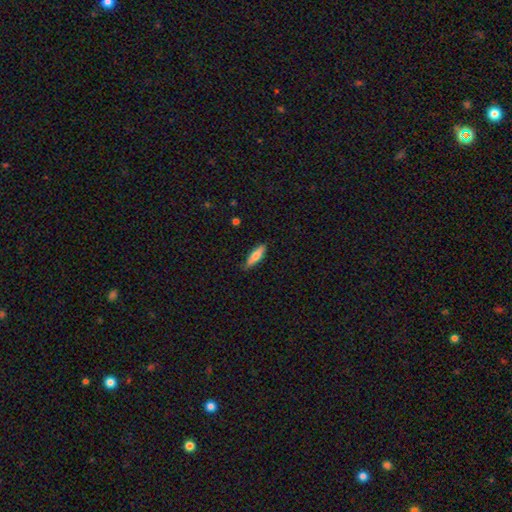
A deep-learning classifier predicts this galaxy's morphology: Smooth or featured?
  - smooth: 70% *
  - featured or disk: 24%
  - star or artifact: 6%
How rounded?
  - cigar-shaped: 60% *
  - in between: 38%
  - round: 2%
Merging?
  - none: 84% *
  - minor disturbance: 13%
  - major disturbance: 2%
  - merger: 1%